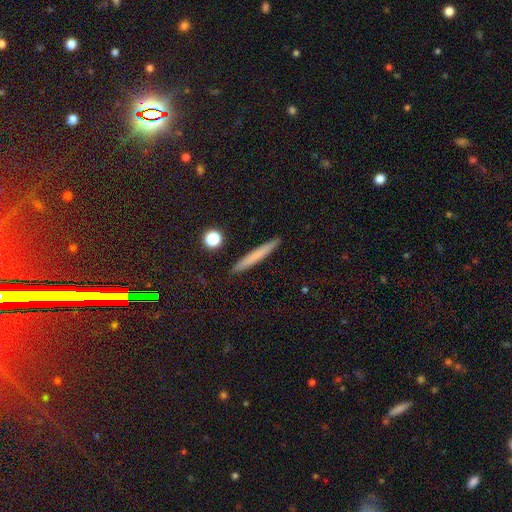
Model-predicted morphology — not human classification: This is likely a smooth galaxy (67%). How rounded: clearly cigar-shaped (96%). Merging: clearly none (92%).